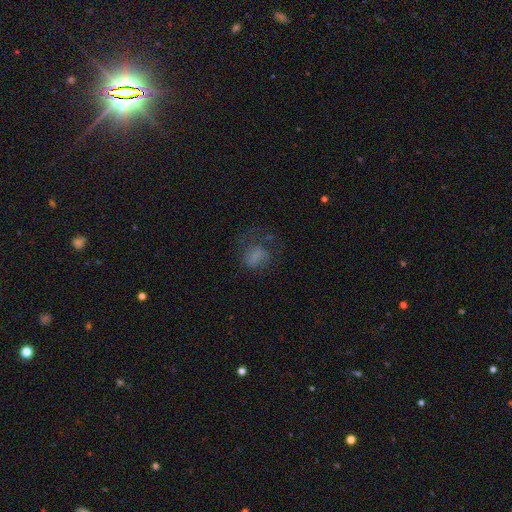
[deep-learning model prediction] This is possibly a smooth galaxy (53%). How rounded: possibly in between (56%). Merging: marginally major disturbance (42%).